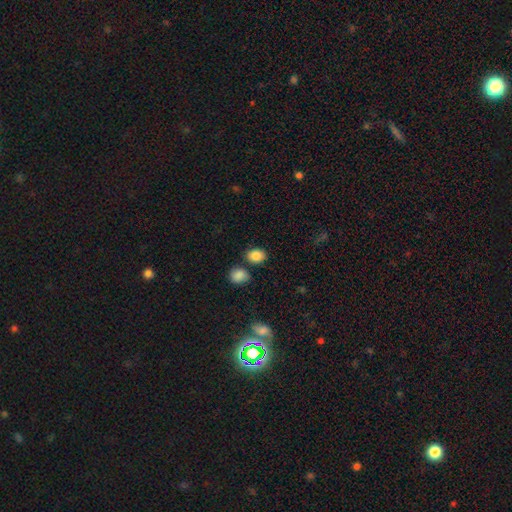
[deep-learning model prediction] Morphology: type=smooth (86%); roundness=in between (55%); merging=none (76%).